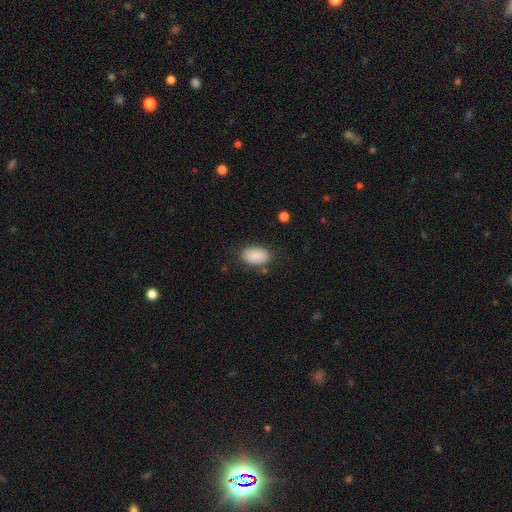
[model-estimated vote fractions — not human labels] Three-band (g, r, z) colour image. It shows a smooth galaxy with no disk features (89%) that is in between round and cigar-shaped (93%). Merging: none (82%).